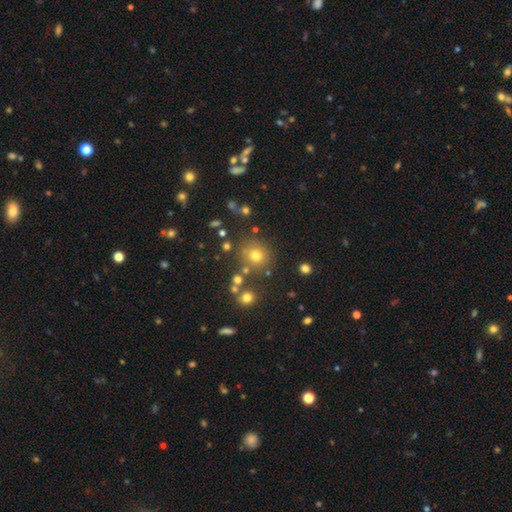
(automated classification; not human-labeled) This appears to be a smooth galaxy with no disk features (70%) that is round (89%). Merging: none (78%).